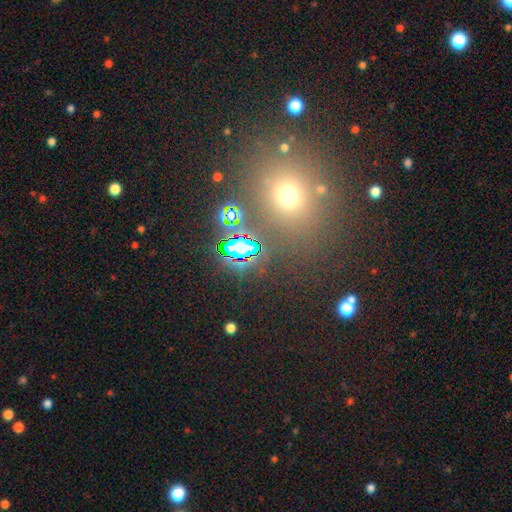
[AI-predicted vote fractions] Smooth or featured? star or artifact (54%)